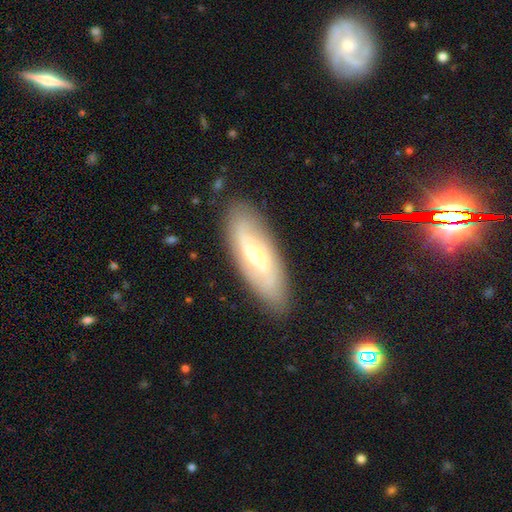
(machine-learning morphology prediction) Smooth or featured? Predicted: featured or disk (p=0.61). Edge-on disk? Predicted: no (p=0.81). Merging? Predicted: none (p=0.84).